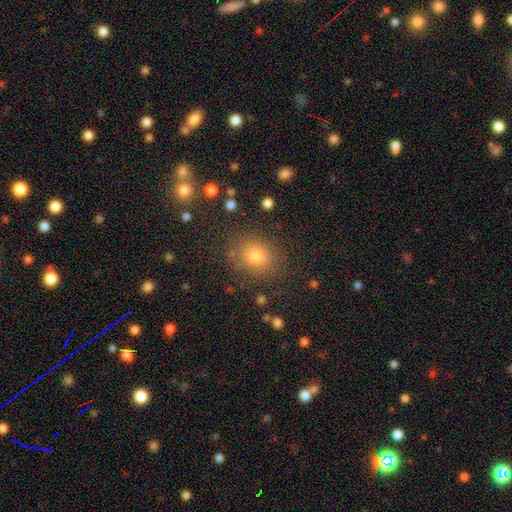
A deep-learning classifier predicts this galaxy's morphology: Smooth or featured: smooth — 77% (star or artifact — 15%)
How rounded: round — 63% (in between — 36%)
Merging: none — 84% (minor disturbance — 10%)